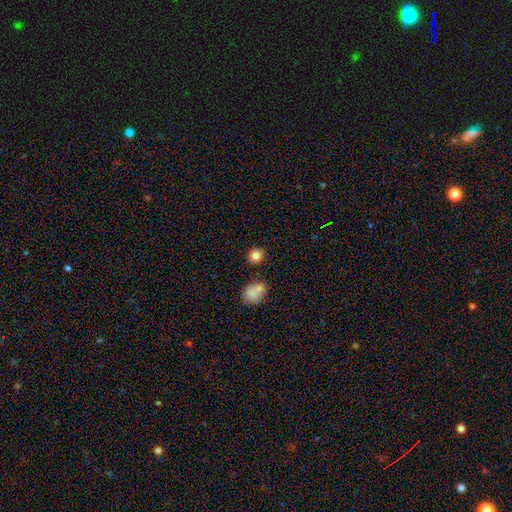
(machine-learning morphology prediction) smooth-or-featured: smooth: 83% | star or artifact: 11% | featured or disk: 6%
  how-rounded: round: 83% | in between: 16% | cigar-shaped: 1%
  merging: none: 81% | minor disturbance: 9% | merger: 8% | major disturbance: 3%